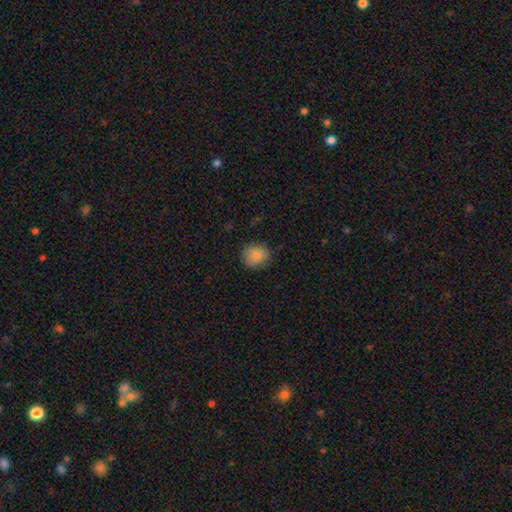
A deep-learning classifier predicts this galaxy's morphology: Smooth or featured?
  - smooth: 83% *
  - star or artifact: 10%
  - featured or disk: 7%
How rounded?
  - round: 81% *
  - in between: 18%
  - cigar-shaped: 1%
Merging?
  - none: 83% *
  - minor disturbance: 13%
  - major disturbance: 3%
  - merger: 1%